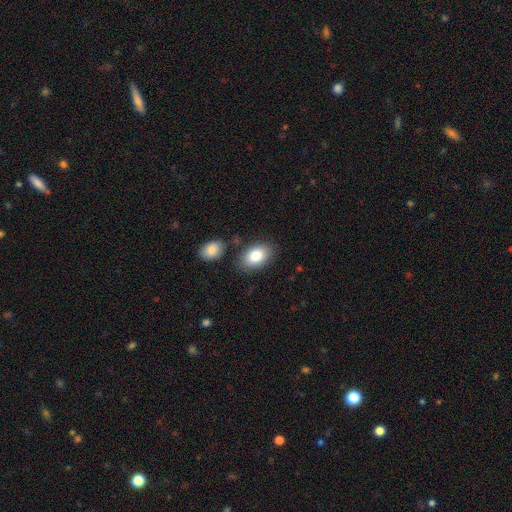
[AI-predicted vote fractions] smooth 83%, featured or disk 10%, star or artifact 7%. Down the decision tree: how rounded — in between (91%); merging — none (78%).